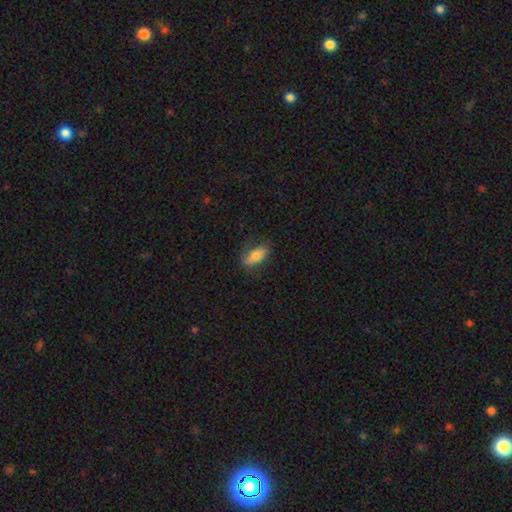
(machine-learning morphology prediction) This appears to be a smooth galaxy with no disk features (75%) that is in between round and cigar-shaped (85%). Merging: none (71%).